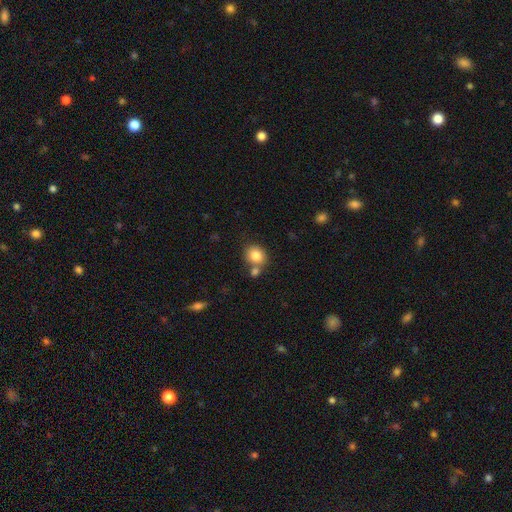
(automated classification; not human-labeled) The model was most divided on "merging": none: 59%, merger: 25%, minor disturbance: 12%, major disturbance: 4%. More confident: smooth or featured — smooth (84%); how rounded — round (69%).